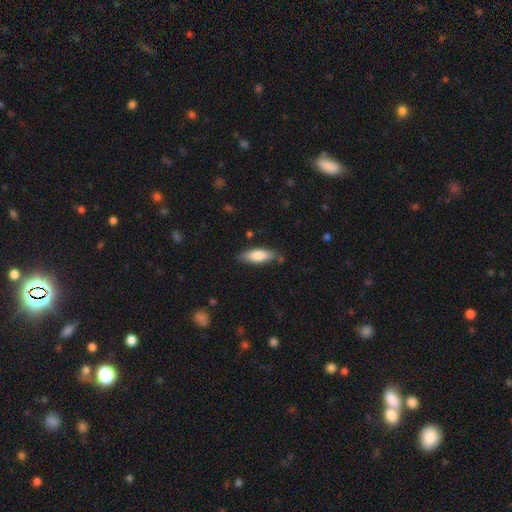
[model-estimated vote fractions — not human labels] Smooth or featured? Predicted: smooth (p=0.77). How rounded? Predicted: in between (p=0.56). Merging? Predicted: none (p=0.80).